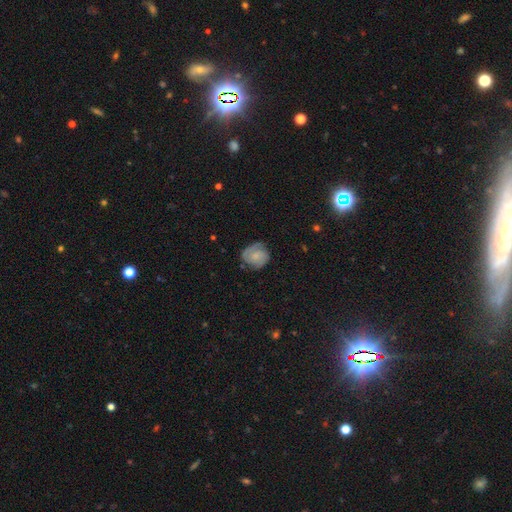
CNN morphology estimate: This appears to be a featured or disk galaxy (54%) with no bar (72%), spiral arms (88%) and a small central bulge (53%). Merging: none (67%).